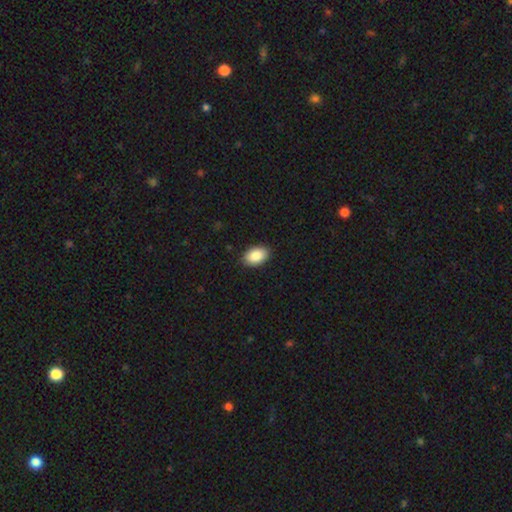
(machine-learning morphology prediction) This is clearly a smooth galaxy (88%). How rounded: clearly in between (91%). Merging: clearly none (89%).